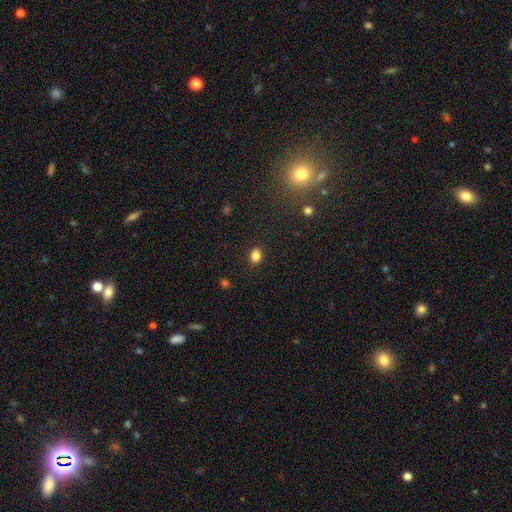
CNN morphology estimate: type=smooth (84%); roundness=in between (56%); merging=none (89%).